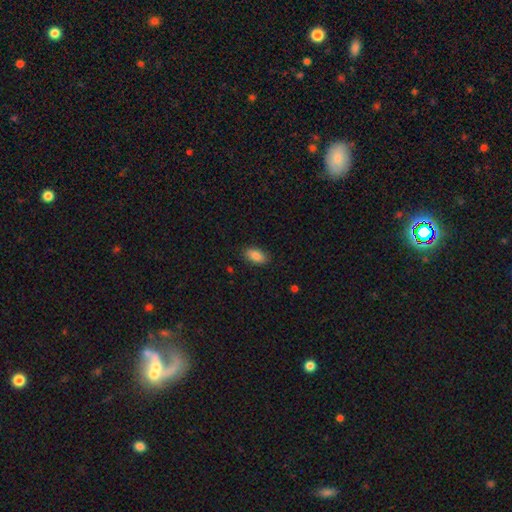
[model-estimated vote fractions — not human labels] This appears to be a smooth galaxy with no disk features (85%) that is in between round and cigar-shaped (92%). Merging: none (87%).